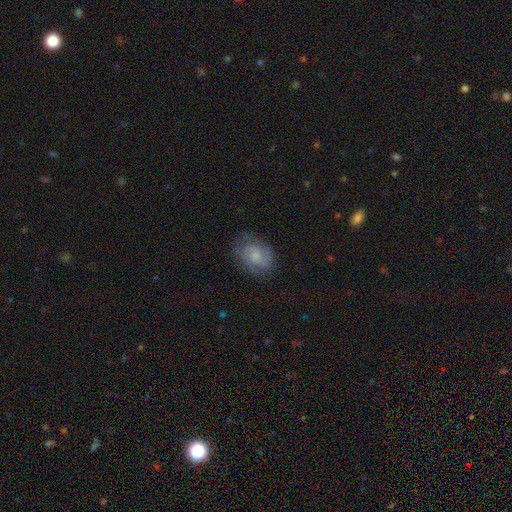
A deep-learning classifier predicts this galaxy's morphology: Smooth or featured? Predicted: featured or disk (p=0.50). Edge-on disk? Predicted: no (p=0.97). Merging? Predicted: none (p=0.66).